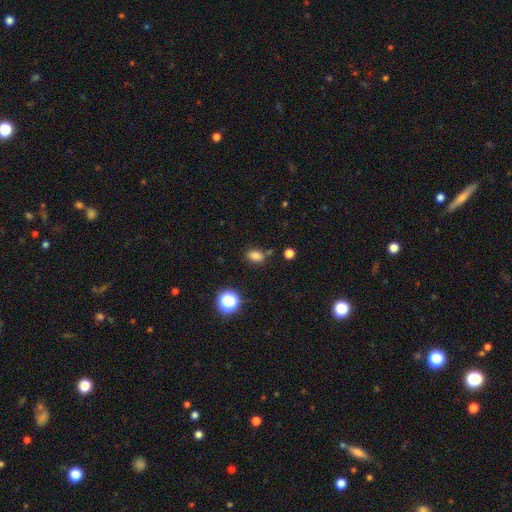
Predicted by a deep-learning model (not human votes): smooth-or-featured: smooth: 78% | star or artifact: 15% | featured or disk: 7%
  how-rounded: in between: 78% | round: 20% | cigar-shaped: 2%
  merging: none: 77% | minor disturbance: 13% | merger: 7% | major disturbance: 3%